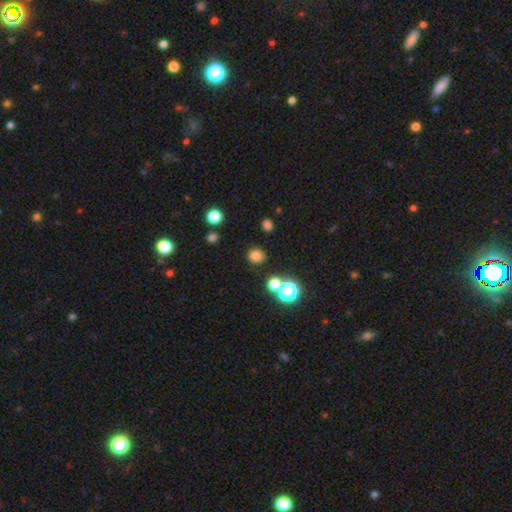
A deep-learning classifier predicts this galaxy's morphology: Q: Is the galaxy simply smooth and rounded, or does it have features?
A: smooth — 77%.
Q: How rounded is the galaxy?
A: round — 85%.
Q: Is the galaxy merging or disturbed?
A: none — 84%.